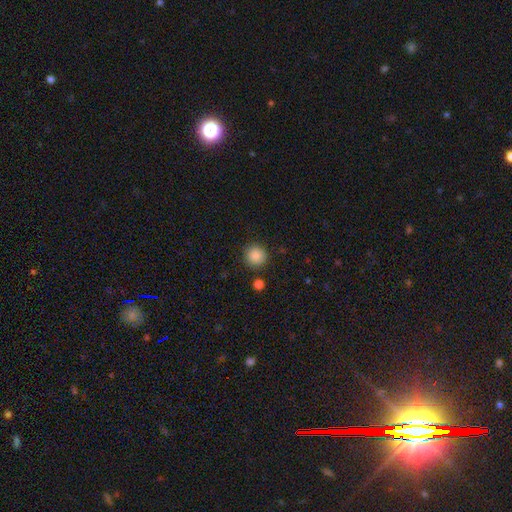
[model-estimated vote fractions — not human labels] A smooth galaxy with no disk features (87%) that is round (94%). Merging: none (89%).